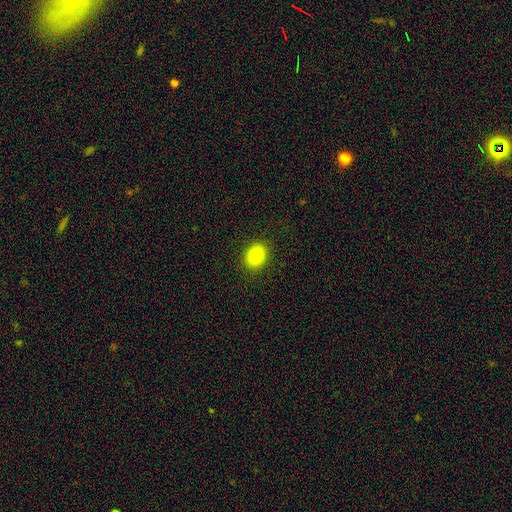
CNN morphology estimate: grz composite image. It shows a smooth galaxy with no disk features (88%) that is in between round and cigar-shaped (61%). Merging: none (88%).